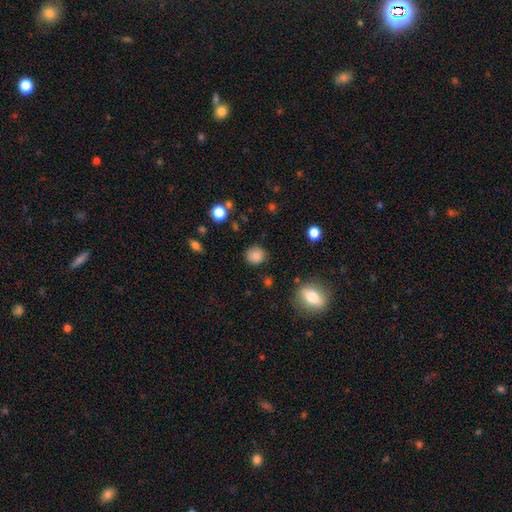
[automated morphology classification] smooth_or_featured: smooth (p=0.85) [alt: star or artifact p=0.10]
how_rounded: round (p=0.86) [alt: in between p=0.13]
merging: none (p=0.85) [alt: minor disturbance p=0.10]